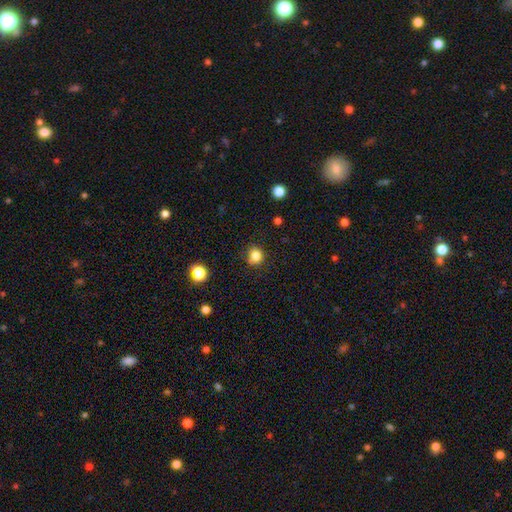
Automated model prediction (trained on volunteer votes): Smooth or featured?
  - smooth: 83% *
  - star or artifact: 13%
  - featured or disk: 5%
How rounded?
  - round: 86% *
  - in between: 14%
  - cigar-shaped: 1%
Merging?
  - none: 80% *
  - minor disturbance: 14%
  - major disturbance: 3%
  - merger: 2%